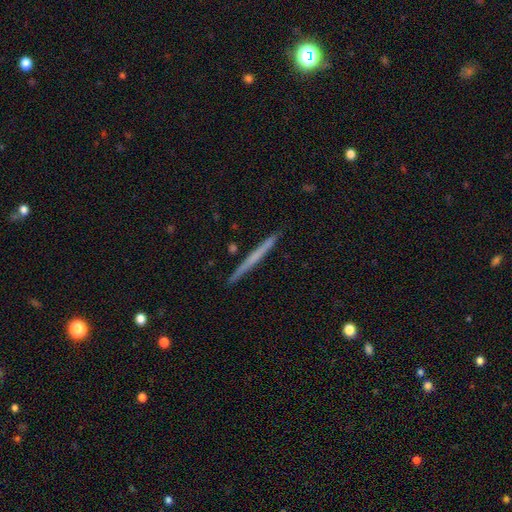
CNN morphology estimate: A featured or disk galaxy (48%).

Vote fractions:
- Smooth or featured? featured or disk: 48% / smooth: 46% / star or artifact: 6%
- Merging? none: 92% / minor disturbance: 6% / merger: 1% / major disturbance: 1%